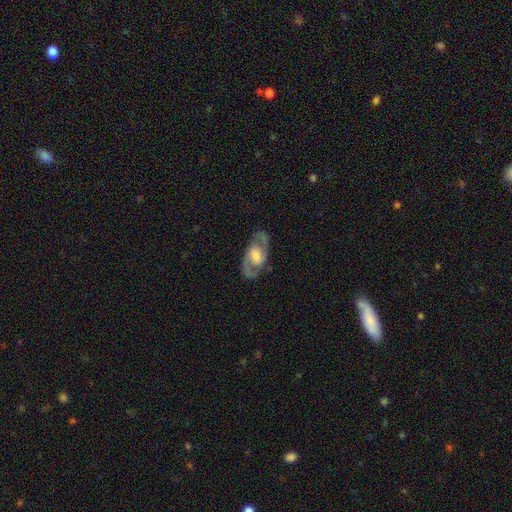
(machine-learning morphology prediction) A featured or disk galaxy (82%) with a weak bar (46%), 2 (90%) medium (56%) spiral arms (89%) and a moderate central bulge (42%). Merging: none (82%).